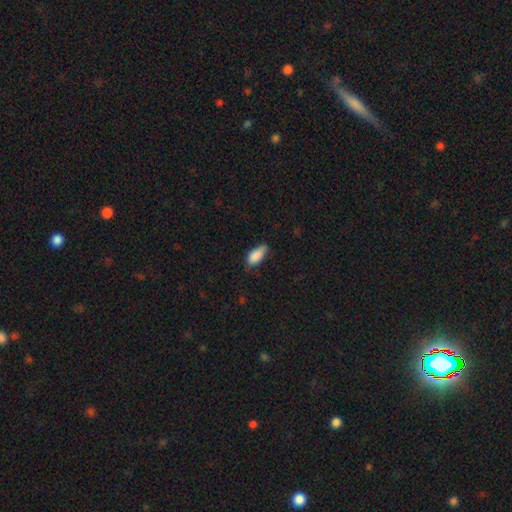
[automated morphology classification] Q: Smooth or featured?
A: smooth (87%); runner-up: star or artifact (7%)
Q: How rounded?
A: in between (89%); runner-up: cigar-shaped (8%)
Q: Merging?
A: none (59%); runner-up: minor disturbance (34%)